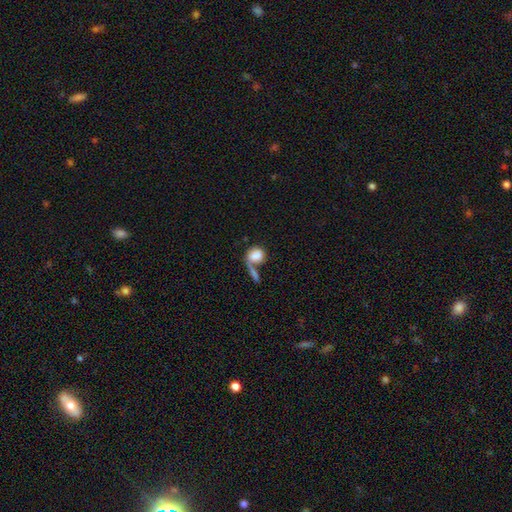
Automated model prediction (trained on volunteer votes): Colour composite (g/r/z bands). It shows a smooth galaxy with no disk features (79%) that is in between round and cigar-shaped (54%). Merging: merger (47%).